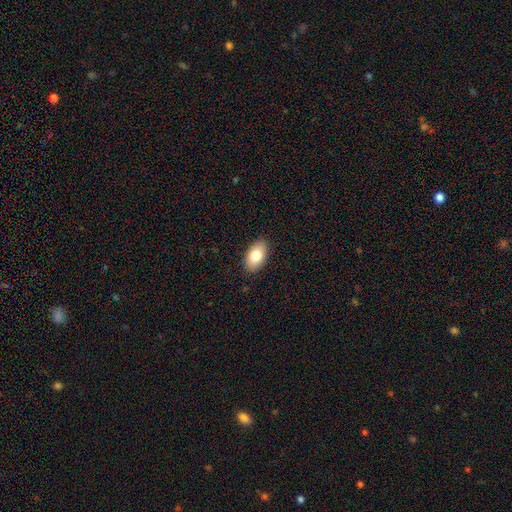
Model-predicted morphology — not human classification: Smooth or featured: smooth — 80% (featured or disk — 14%)
How rounded: in between — 94% (round — 4%)
Merging: none — 89% (minor disturbance — 9%)